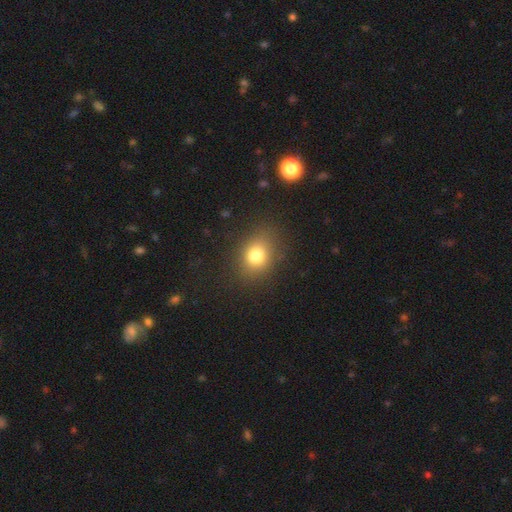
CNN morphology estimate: Q: Smooth or featured?
A: smooth (78%); runner-up: star or artifact (13%)
Q: How rounded?
A: round (50%); runner-up: in between (49%)
Q: Merging?
A: none (82%); runner-up: minor disturbance (12%)